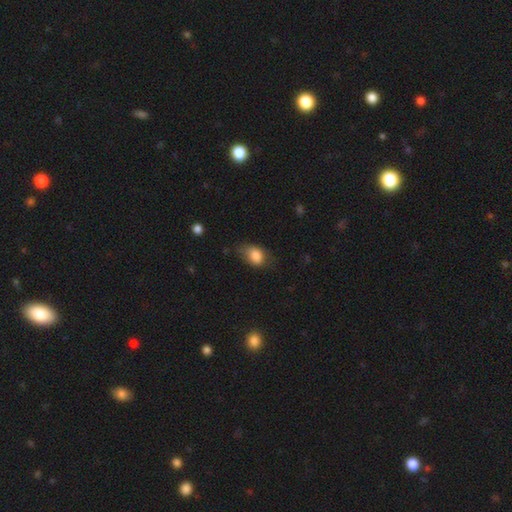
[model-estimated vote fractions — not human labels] Smooth or featured?
  - smooth: 83% *
  - featured or disk: 9%
  - star or artifact: 8%
How rounded?
  - in between: 78% *
  - round: 21%
  - cigar-shaped: 1%
Merging?
  - none: 50% *
  - minor disturbance: 35%
  - major disturbance: 12%
  - merger: 2%